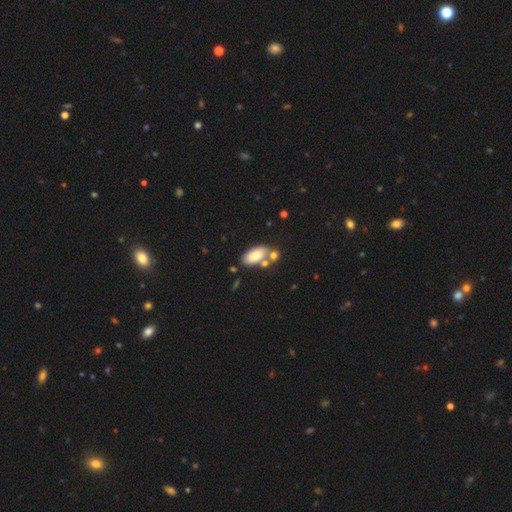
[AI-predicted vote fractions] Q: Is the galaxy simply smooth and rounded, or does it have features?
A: smooth — 74%.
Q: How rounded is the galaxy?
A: in between — 92%.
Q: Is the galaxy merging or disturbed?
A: none — 56%.